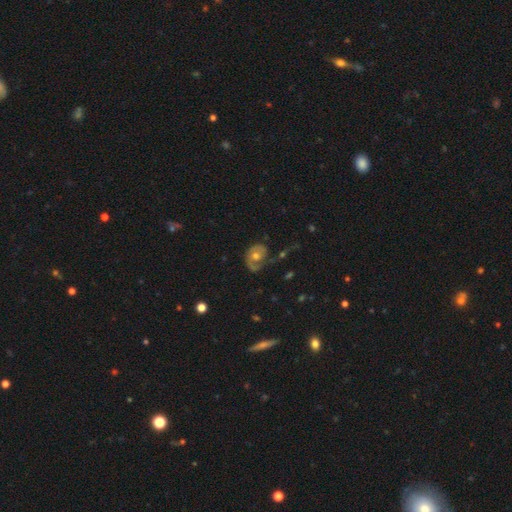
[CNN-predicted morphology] Q: Smooth or featured?
A: featured or disk (64%); runner-up: smooth (28%)
Q: Edge-on disk?
A: no (96%); runner-up: yes (4%)
Q: Bar?
A: no (81%); runner-up: weak (16%)
Q: Spiral arms?
A: yes (71%); runner-up: no (29%)
Q: Bulge size?
A: moderate (72%); runner-up: small (17%)
Q: Merging?
A: none (52%); runner-up: minor disturbance (23%)